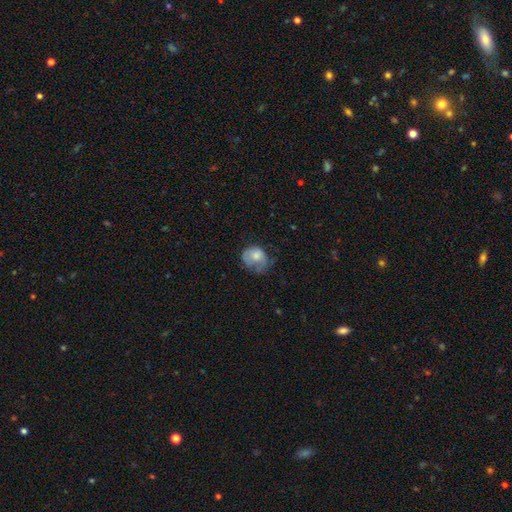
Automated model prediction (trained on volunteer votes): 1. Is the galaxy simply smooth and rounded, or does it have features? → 68% smooth, 24% featured or disk, 8% star or artifact.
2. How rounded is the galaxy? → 60% round, 39% in between, 1% cigar-shaped.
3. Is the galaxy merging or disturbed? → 35% minor disturbance, 33% none, 31% major disturbance, 2% merger.